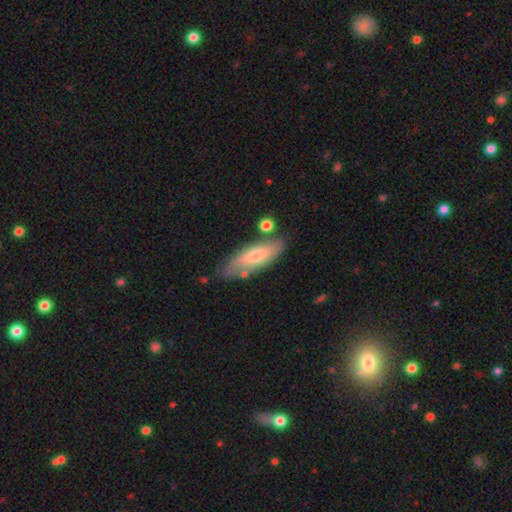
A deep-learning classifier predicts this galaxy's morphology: This is likely a smooth galaxy (61%). How rounded: possibly in between (60%). Merging: likely none (67%).